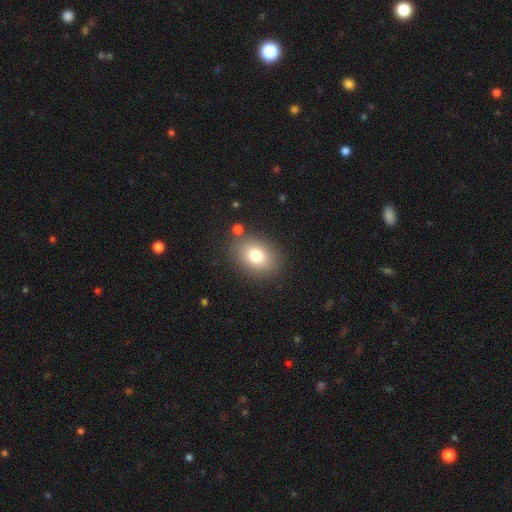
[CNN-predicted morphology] A smooth galaxy with no disk features (78%) that is in between round and cigar-shaped (67%). Merging: none (82%).